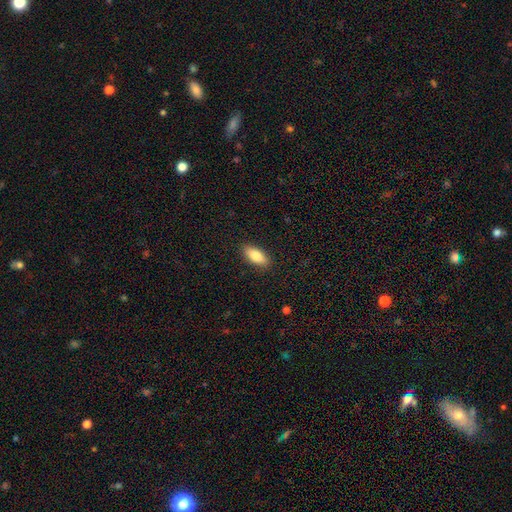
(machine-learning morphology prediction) This appears to be a smooth galaxy with no disk features (84%) that is in between round and cigar-shaped (85%). Merging: none (89%).